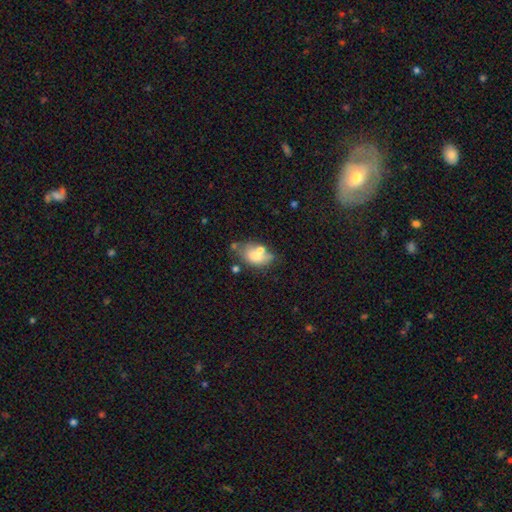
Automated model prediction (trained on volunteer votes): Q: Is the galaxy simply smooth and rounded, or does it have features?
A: smooth — 65%.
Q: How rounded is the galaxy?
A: in between — 84%.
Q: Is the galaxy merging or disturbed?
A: none — 46%.